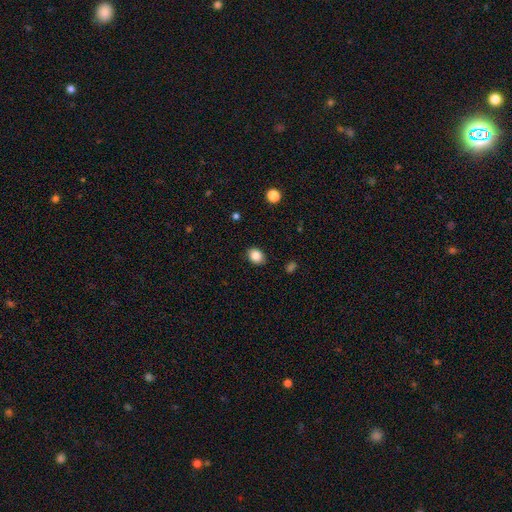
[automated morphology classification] type=smooth (86%); roundness=in between (64%); merging=none (86%).